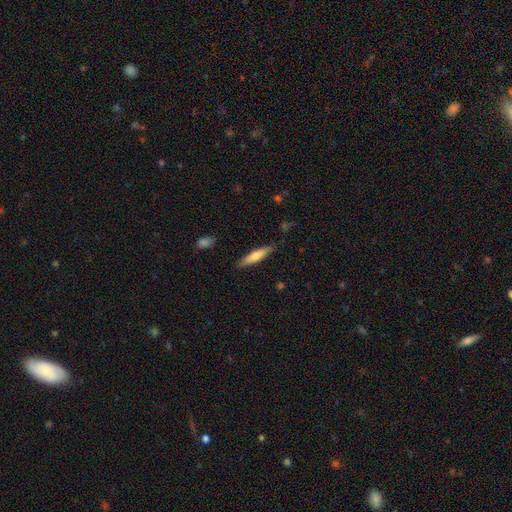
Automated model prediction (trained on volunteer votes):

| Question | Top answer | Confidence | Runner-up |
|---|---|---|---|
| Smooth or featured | smooth | 64% | featured or disk (31%) |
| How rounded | cigar-shaped | 85% | in between (14%) |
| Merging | none | 87% | minor disturbance (10%) |